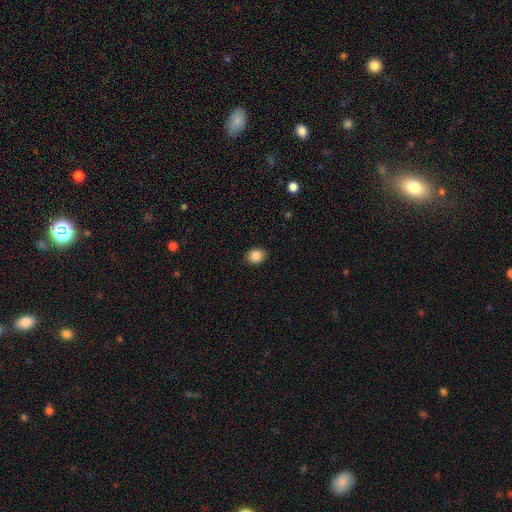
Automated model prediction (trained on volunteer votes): Smooth or featured?
  - smooth: 86% *
  - star or artifact: 9%
  - featured or disk: 5%
How rounded?
  - in between: 54% *
  - round: 45%
  - cigar-shaped: 1%
Merging?
  - none: 89% *
  - minor disturbance: 8%
  - major disturbance: 2%
  - merger: 1%